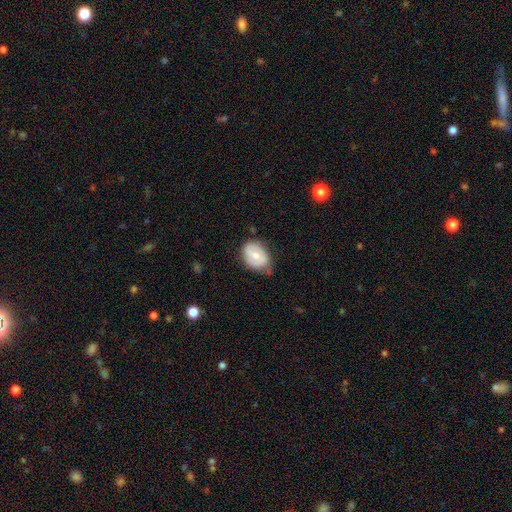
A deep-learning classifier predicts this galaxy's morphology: This appears to be a smooth galaxy with no disk features (61%) that is in between round and cigar-shaped (73%). Merging: none (60%).